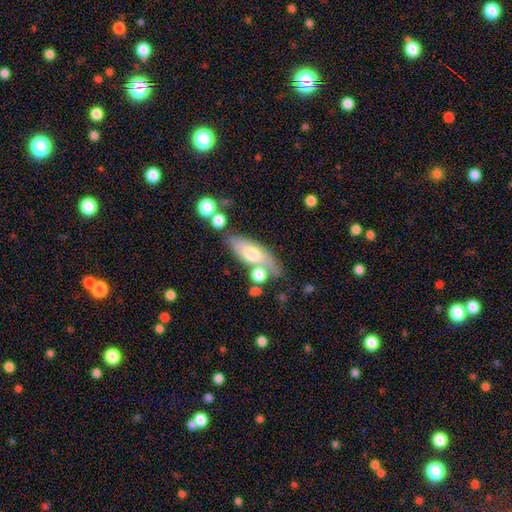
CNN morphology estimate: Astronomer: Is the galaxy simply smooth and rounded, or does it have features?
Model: smooth — 63%.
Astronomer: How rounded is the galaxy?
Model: in between — 66%.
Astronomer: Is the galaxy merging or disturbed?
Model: none — 58%.